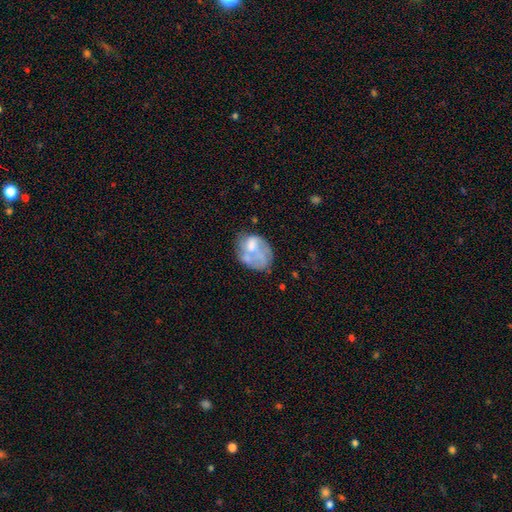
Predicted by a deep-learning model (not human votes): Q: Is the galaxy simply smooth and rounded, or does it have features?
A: featured or disk — 51%.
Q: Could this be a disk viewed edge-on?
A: no — 98%.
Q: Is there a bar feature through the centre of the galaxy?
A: no — 79%.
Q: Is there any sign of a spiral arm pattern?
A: no — 72%.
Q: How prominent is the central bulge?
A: moderate — 36%.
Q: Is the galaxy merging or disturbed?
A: none — 37%.